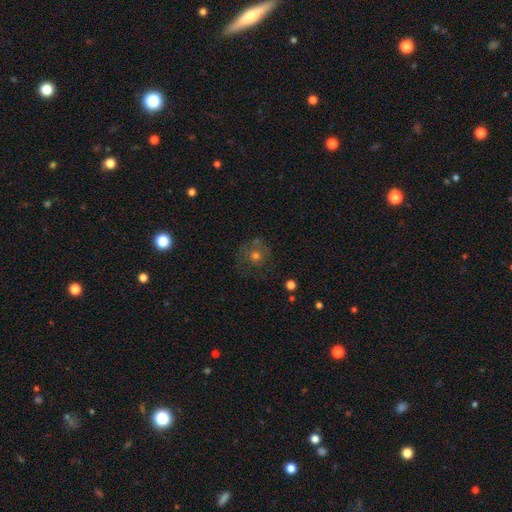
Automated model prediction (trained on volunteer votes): smooth-or-featured: smooth: 52% | featured or disk: 29% | star or artifact: 19%
  how-rounded: round: 89% | in between: 10% | cigar-shaped: 1%
  merging: none: 67% | minor disturbance: 17% | major disturbance: 12% | merger: 5%